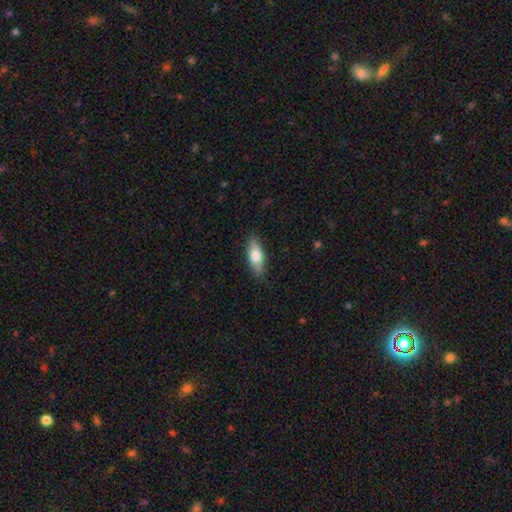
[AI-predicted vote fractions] Smooth or featured? Predicted: smooth (p=0.73). How rounded? Predicted: in between (p=0.73). Merging? Predicted: none (p=0.86).